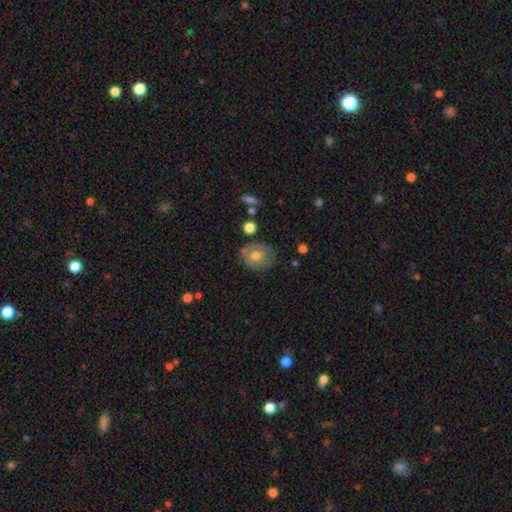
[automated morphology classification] A smooth galaxy with no disk features (62%) that is round (61%).

Vote fractions:
- Smooth or featured? smooth: 62% / featured or disk: 29% / star or artifact: 9%
- How rounded? round: 61% / in between: 38% / cigar-shaped: 1%
- Merging? none: 72% / minor disturbance: 19% / major disturbance: 5% / merger: 4%